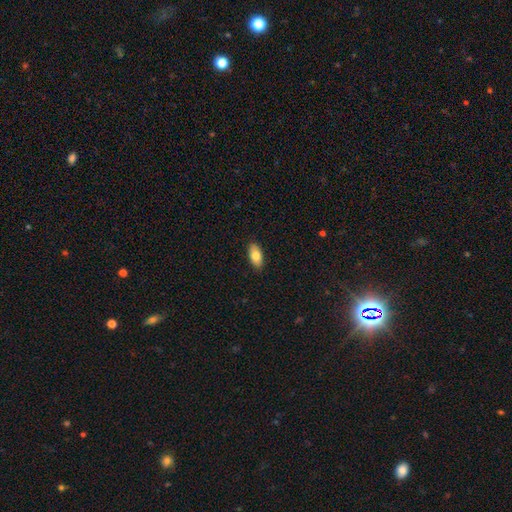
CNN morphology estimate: smooth_or_featured: smooth (p=0.81) [alt: featured or disk p=0.13]
how_rounded: in between (p=0.89) [alt: cigar-shaped p=0.08]
merging: none (p=0.89) [alt: minor disturbance p=0.09]